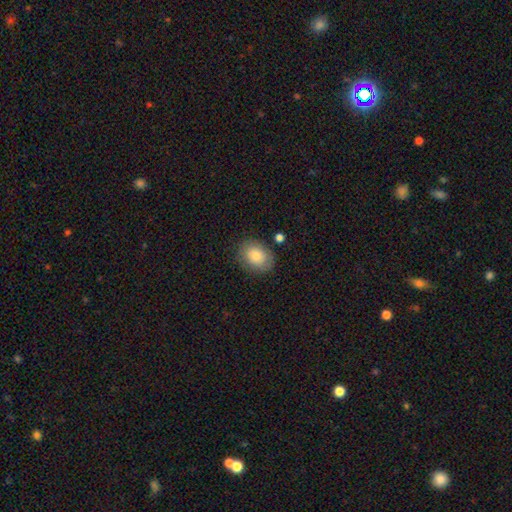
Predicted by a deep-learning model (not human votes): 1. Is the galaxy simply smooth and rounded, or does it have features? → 81% smooth, 11% featured or disk, 8% star or artifact.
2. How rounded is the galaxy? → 65% in between, 34% round, 1% cigar-shaped.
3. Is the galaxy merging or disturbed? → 81% none, 13% minor disturbance, 3% major disturbance, 3% merger.